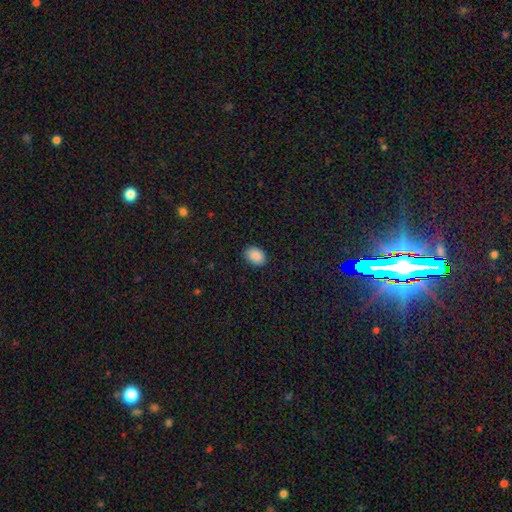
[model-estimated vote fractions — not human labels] smooth 89%, star or artifact 8%, featured or disk 3%. Down the decision tree: how rounded — in between (74%); merging — none (88%).